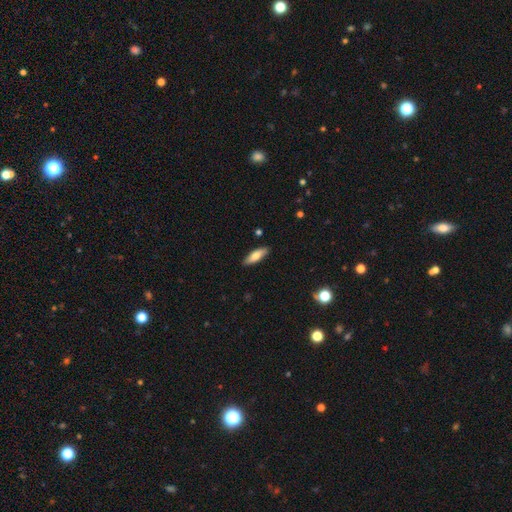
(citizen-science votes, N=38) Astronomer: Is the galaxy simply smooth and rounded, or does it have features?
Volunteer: smooth — 82%.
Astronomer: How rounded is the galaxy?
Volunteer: in between — 68%.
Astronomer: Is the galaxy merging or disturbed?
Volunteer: none — 87%.